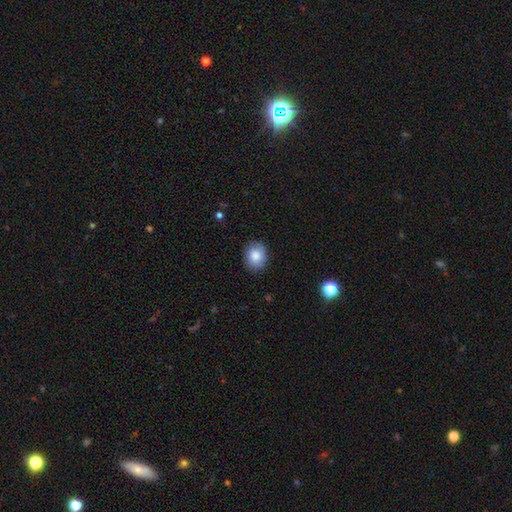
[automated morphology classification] This is clearly a smooth galaxy (80%). How rounded: possibly round (57%). Merging: clearly none (81%).